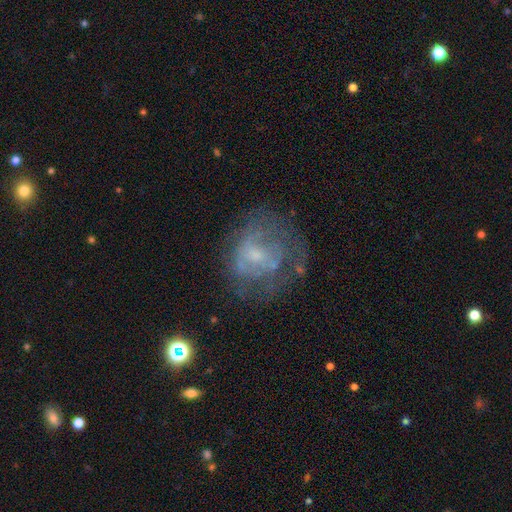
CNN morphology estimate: A featured or disk galaxy (60%) with no bar (71%), no spiral arms (59%) and a small central bulge (46%). Merging: none (50%).